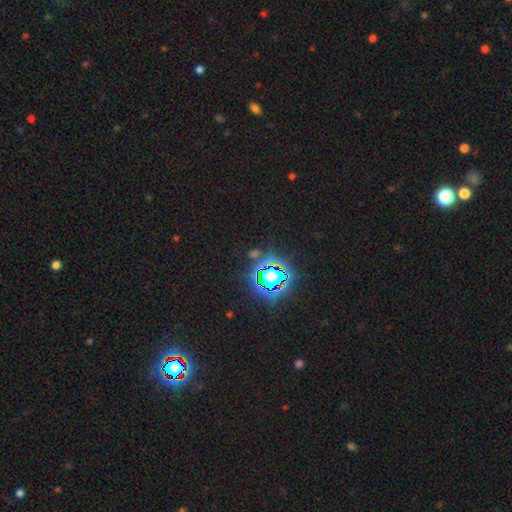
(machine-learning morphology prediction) type=star or artifact (77%).